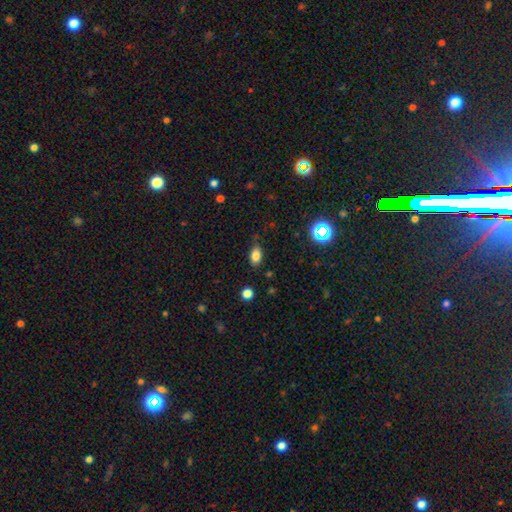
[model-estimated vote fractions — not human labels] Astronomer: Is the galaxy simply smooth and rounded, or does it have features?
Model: smooth — 80%.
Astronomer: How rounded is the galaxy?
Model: in between — 87%.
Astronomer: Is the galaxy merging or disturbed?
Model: none — 78%.